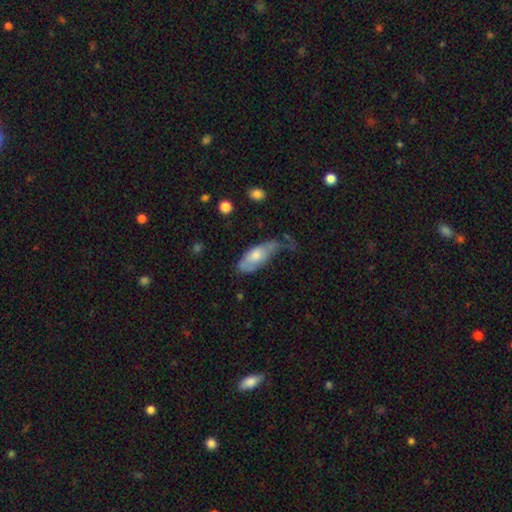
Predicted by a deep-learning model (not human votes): The model was most divided on "merging": minor disturbance: 35%, major disturbance: 32%, none: 26%, merger: 7%. More confident: how rounded — in between (82%); smooth or featured — smooth (61%).